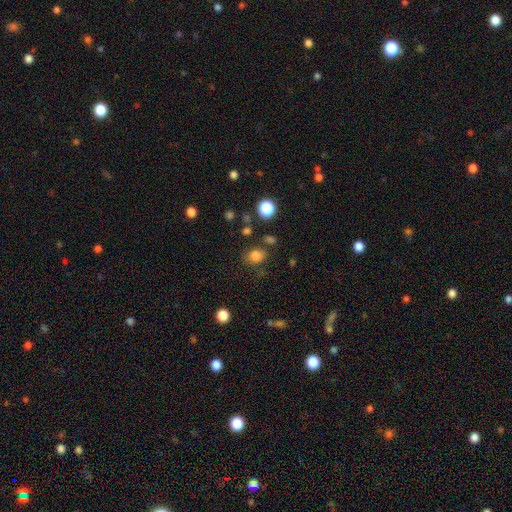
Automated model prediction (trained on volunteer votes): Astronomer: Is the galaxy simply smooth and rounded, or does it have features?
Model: smooth — 79%.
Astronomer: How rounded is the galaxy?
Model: round — 56% (runner-up: in between, 43%).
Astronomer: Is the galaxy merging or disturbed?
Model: none — 73%.